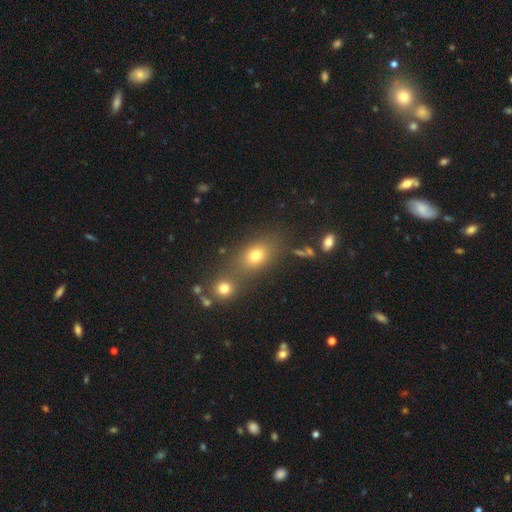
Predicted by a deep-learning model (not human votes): The model was most divided on "how rounded": in between: 62%, round: 35%, cigar-shaped: 4%. More confident: smooth or featured — smooth (71%); merging — none (59%).